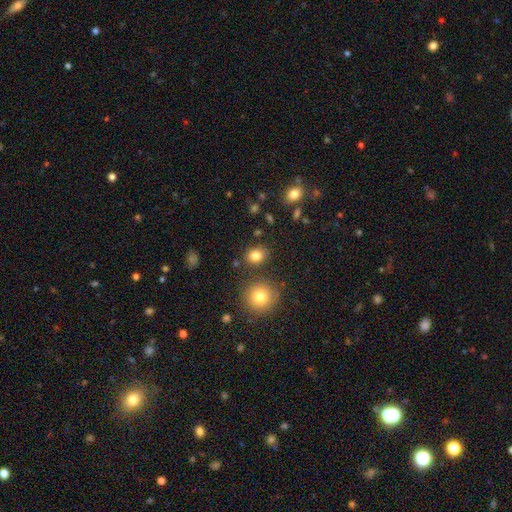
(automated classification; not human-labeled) smooth-or-featured: smooth: 82% | star or artifact: 12% | featured or disk: 6%
  how-rounded: round: 58% | in between: 41% | cigar-shaped: 1%
  merging: none: 82% | minor disturbance: 9% | merger: 5% | major disturbance: 3%